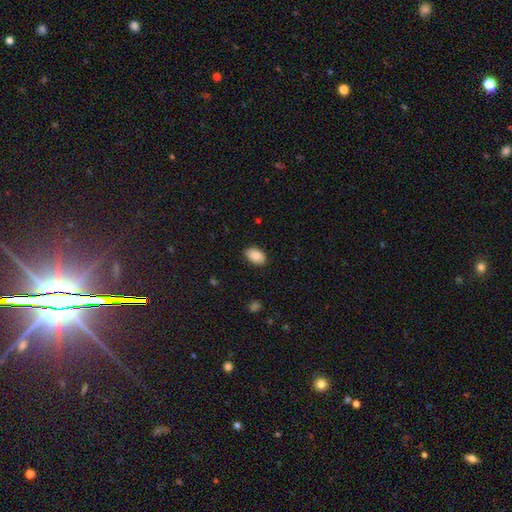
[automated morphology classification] The model was most divided on "merging": none: 86%, minor disturbance: 10%, major disturbance: 2%, merger: 1%. More confident: how rounded — in between (91%); smooth or featured — smooth (87%).